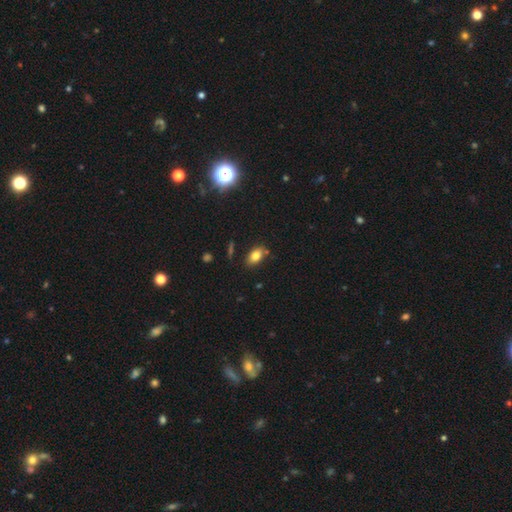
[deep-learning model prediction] smooth-or-featured: smooth: 79% | featured or disk: 11% | star or artifact: 10%
  how-rounded: in between: 88% | round: 9% | cigar-shaped: 3%
  merging: none: 78% | minor disturbance: 14% | merger: 5% | major disturbance: 3%